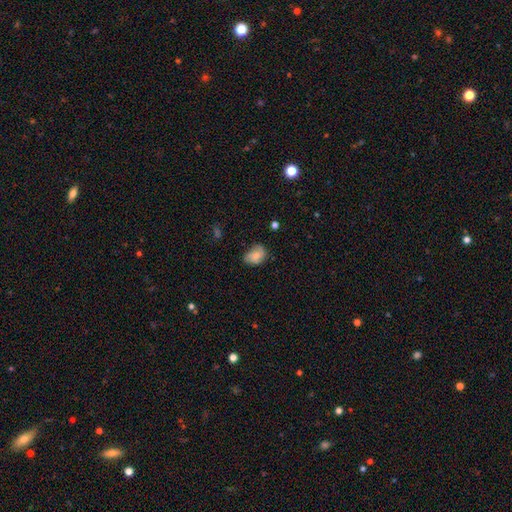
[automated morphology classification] smooth_or_featured: smooth (p=0.75) [alt: featured or disk p=0.16]
how_rounded: in between (p=0.76) [alt: round p=0.23]
merging: none (p=0.54) [alt: minor disturbance p=0.36]